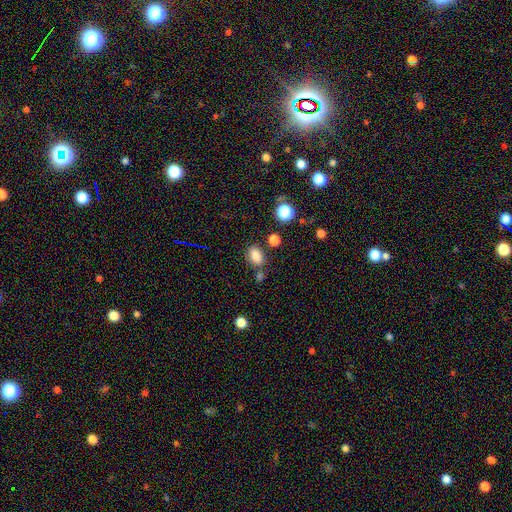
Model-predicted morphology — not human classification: Smooth or featured?
  - smooth: 82% *
  - star or artifact: 12%
  - featured or disk: 5%
How rounded?
  - in between: 78% *
  - round: 21%
  - cigar-shaped: 2%
Merging?
  - none: 69% *
  - minor disturbance: 14%
  - merger: 12%
  - major disturbance: 4%